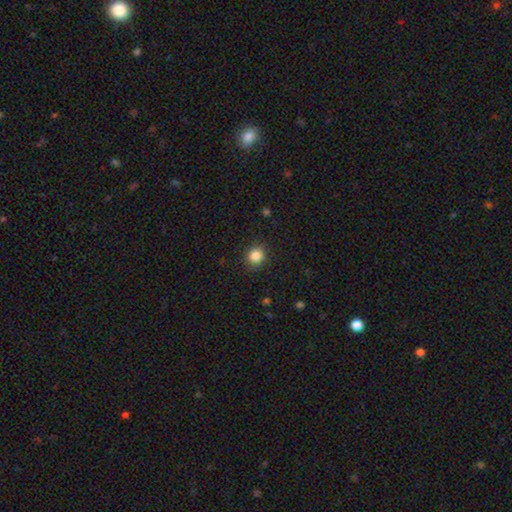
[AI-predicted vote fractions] This appears to be a smooth galaxy with no disk features (85%) that is round (83%). Merging: none (89%).